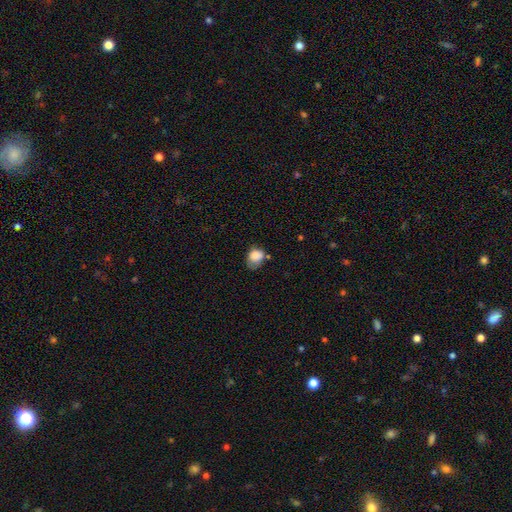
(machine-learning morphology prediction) smooth_or_featured: smooth (p=0.83) [alt: star or artifact p=0.09]
how_rounded: in between (p=0.53) [alt: round p=0.46]
merging: minor disturbance (p=0.39) [alt: none p=0.38]